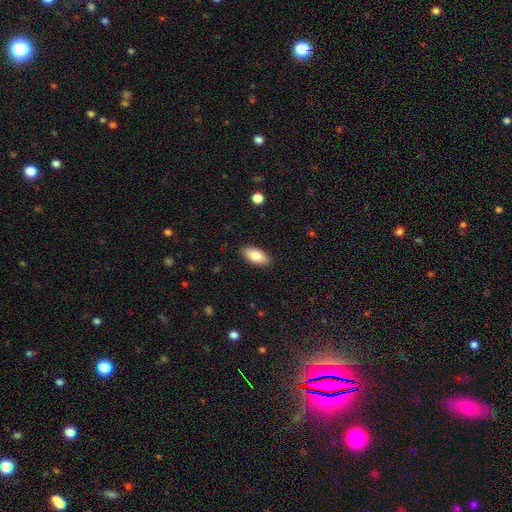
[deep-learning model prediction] smooth 82%, featured or disk 12%, star or artifact 7%. Down the decision tree: how rounded — in between (91%); merging — none (89%).